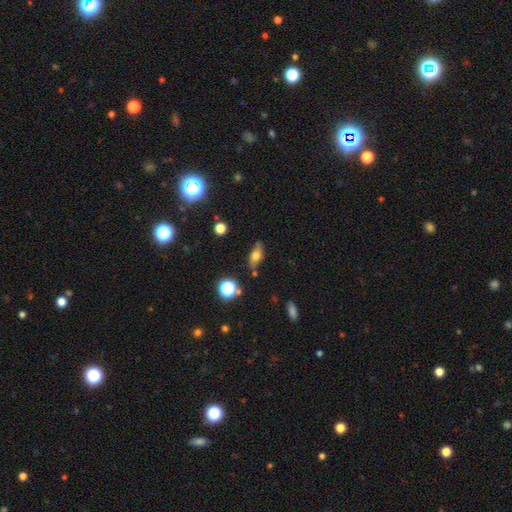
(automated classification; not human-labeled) Q: Smooth or featured?
A: smooth (63%); runner-up: featured or disk (25%)
Q: How rounded?
A: in between (76%); runner-up: cigar-shaped (14%)
Q: Merging?
A: none (75%); runner-up: minor disturbance (17%)